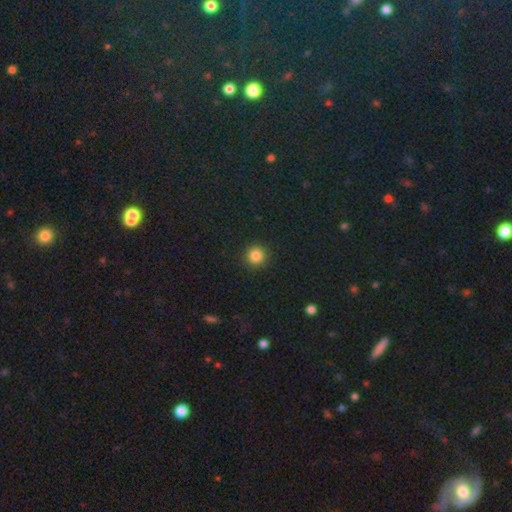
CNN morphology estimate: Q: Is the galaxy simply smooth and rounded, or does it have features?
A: smooth — 84%.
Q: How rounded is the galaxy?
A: round — 93%.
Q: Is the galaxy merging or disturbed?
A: none — 91%.